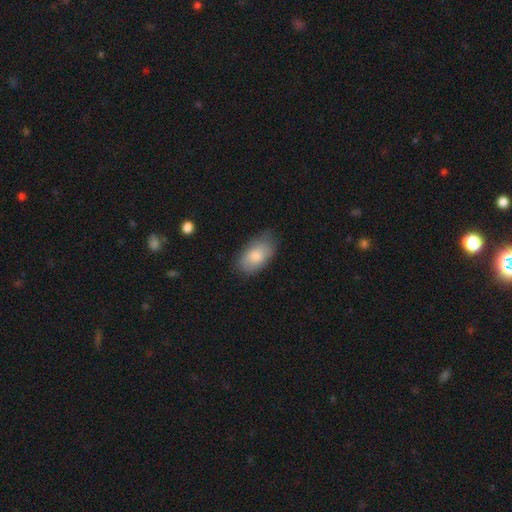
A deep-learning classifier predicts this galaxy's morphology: Q: Smooth or featured?
A: smooth (81%); runner-up: featured or disk (13%)
Q: How rounded?
A: in between (94%); runner-up: round (4%)
Q: Merging?
A: none (66%); runner-up: minor disturbance (26%)